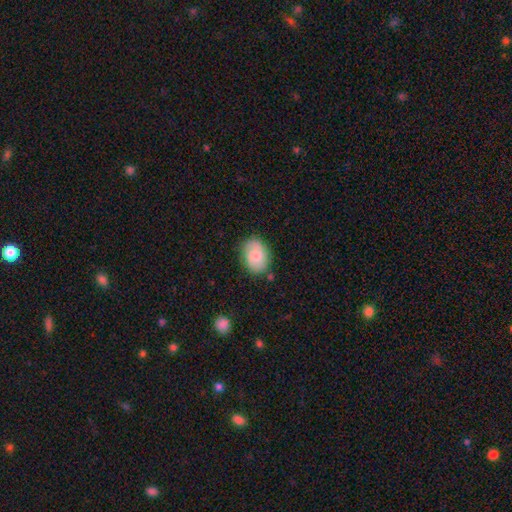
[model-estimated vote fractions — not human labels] Q: Smooth or featured?
A: smooth (73%); runner-up: featured or disk (20%)
Q: How rounded?
A: in between (75%); runner-up: round (23%)
Q: Merging?
A: none (75%); runner-up: minor disturbance (18%)